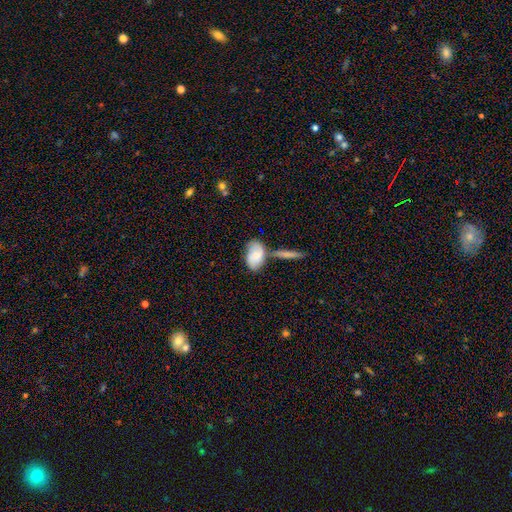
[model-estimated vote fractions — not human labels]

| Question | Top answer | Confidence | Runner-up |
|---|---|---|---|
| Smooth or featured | smooth | 59% | featured or disk (35%) |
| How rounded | in between | 88% | round (9%) |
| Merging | none | 46% | merger (28%) |